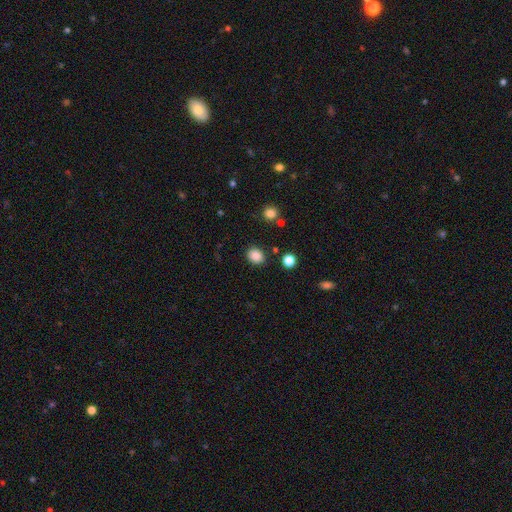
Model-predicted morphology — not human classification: Smooth or featured? Predicted: smooth (p=0.86). How rounded? Predicted: round (p=0.53). Merging? Predicted: none (p=0.86).